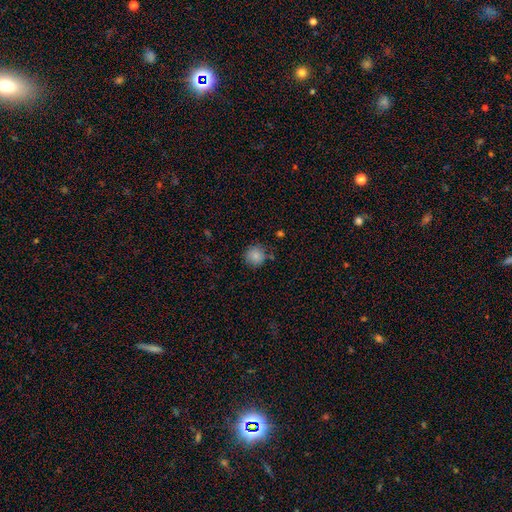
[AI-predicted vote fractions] Smooth or featured? Predicted: smooth (p=0.86). How rounded? Predicted: round (p=0.92). Merging? Predicted: none (p=0.81).